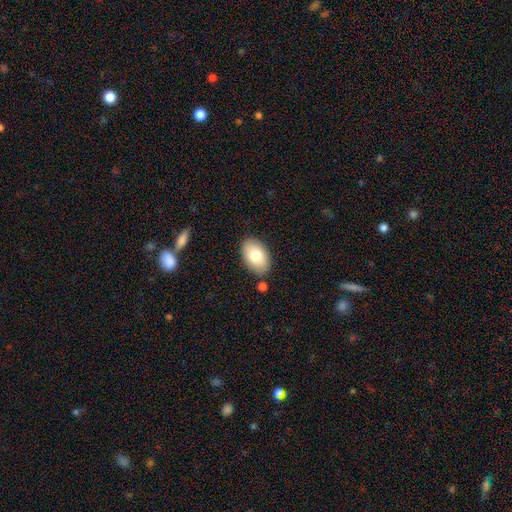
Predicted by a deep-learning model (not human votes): This appears to be a smooth galaxy with no disk features (80%) that is in between round and cigar-shaped (92%). Merging: none (83%).